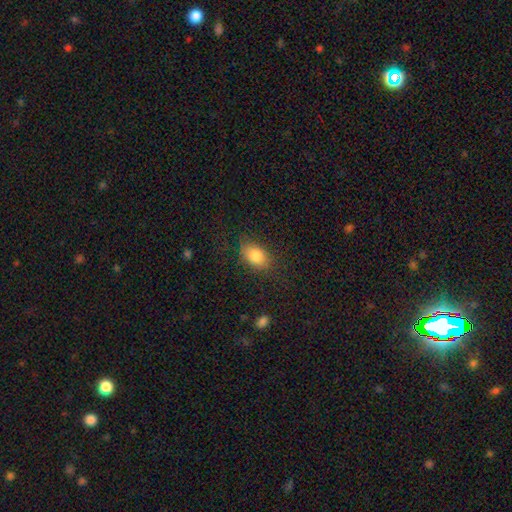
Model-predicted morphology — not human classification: Smooth or featured?
  - smooth: 83% *
  - star or artifact: 9%
  - featured or disk: 8%
How rounded?
  - in between: 80% *
  - round: 18%
  - cigar-shaped: 2%
Merging?
  - none: 76% *
  - minor disturbance: 17%
  - major disturbance: 6%
  - merger: 1%